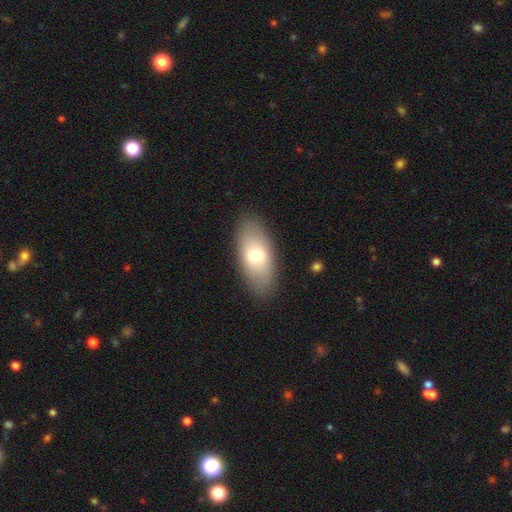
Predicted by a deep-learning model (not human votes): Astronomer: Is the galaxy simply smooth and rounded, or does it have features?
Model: smooth — 69%.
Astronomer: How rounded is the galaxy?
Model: in between — 89%.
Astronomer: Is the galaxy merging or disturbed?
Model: none — 87%.